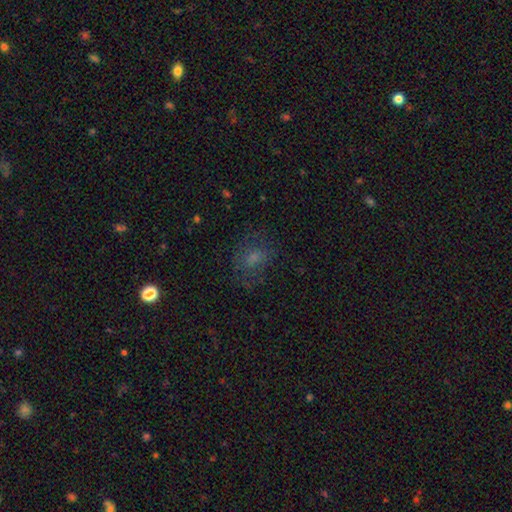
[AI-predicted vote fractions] Smooth or featured: smooth — 61% (featured or disk — 23%)
How rounded: in between — 51% (round — 47%)
Merging: none — 62% (minor disturbance — 19%)